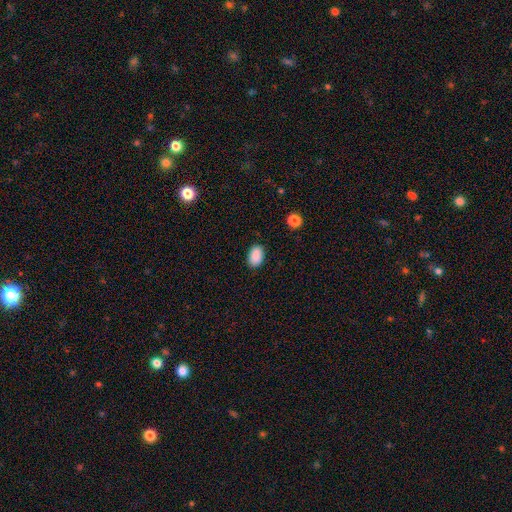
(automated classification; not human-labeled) smooth 89%, star or artifact 8%, featured or disk 3%. Down the decision tree: how rounded — in between (89%); merging — none (86%).